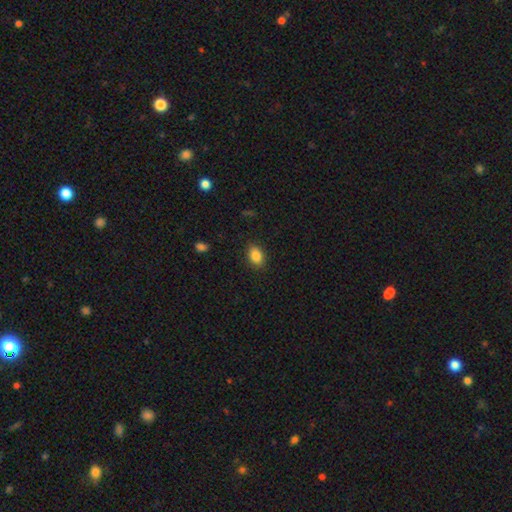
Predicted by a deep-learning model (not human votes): Smooth or featured? smooth (87%)
How rounded? in between (78%)
Merging? none (88%)